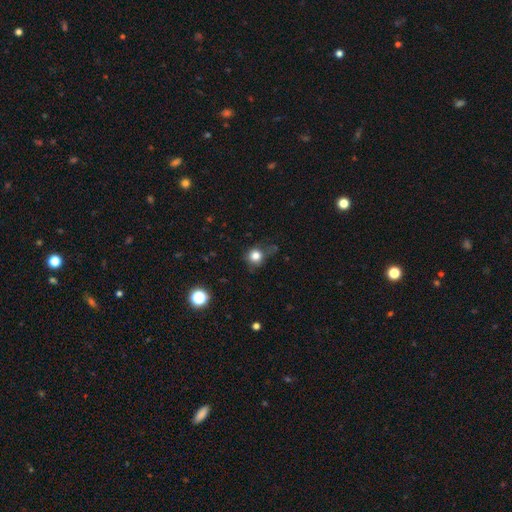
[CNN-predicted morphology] This appears to be a smooth galaxy with no disk features (80%) that is round (86%). Merging: none (62%).